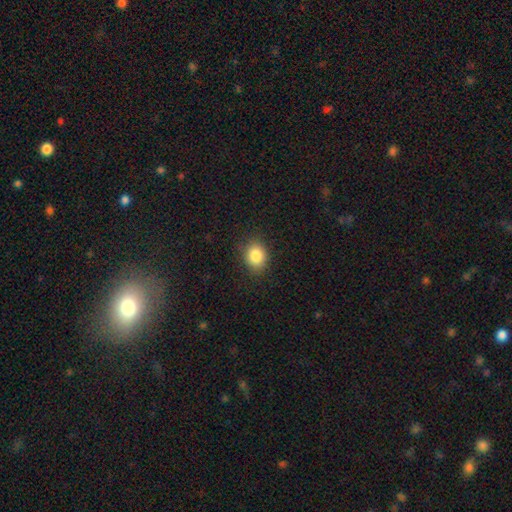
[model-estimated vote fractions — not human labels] The model was most divided on "how rounded": round: 53%, in between: 46%, cigar-shaped: 1%. More confident: merging — none (86%); smooth or featured — smooth (86%).